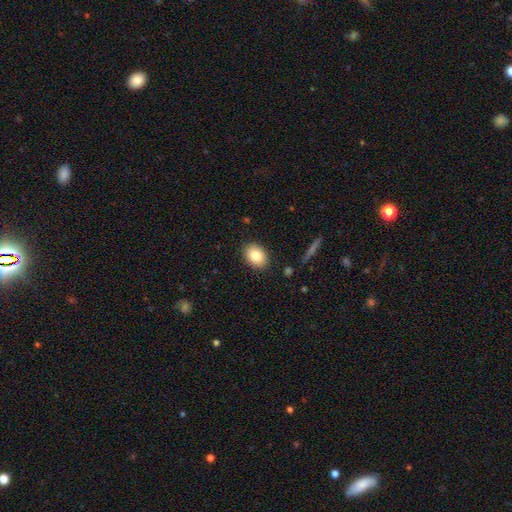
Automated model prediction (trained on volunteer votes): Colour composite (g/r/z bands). It shows a smooth galaxy with no disk features (82%) that is in between round and cigar-shaped (72%). Merging: none (89%).